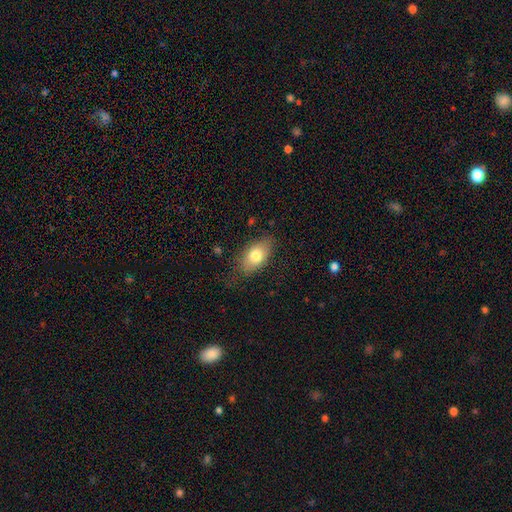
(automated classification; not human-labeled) A smooth galaxy with no disk features (76%) that is in between round and cigar-shaped (88%).

Vote fractions:
- Smooth or featured? smooth: 76% / featured or disk: 16% / star or artifact: 8%
- How rounded? in between: 88% / round: 8% / cigar-shaped: 4%
- Merging? none: 75% / minor disturbance: 18% / major disturbance: 5% / merger: 1%